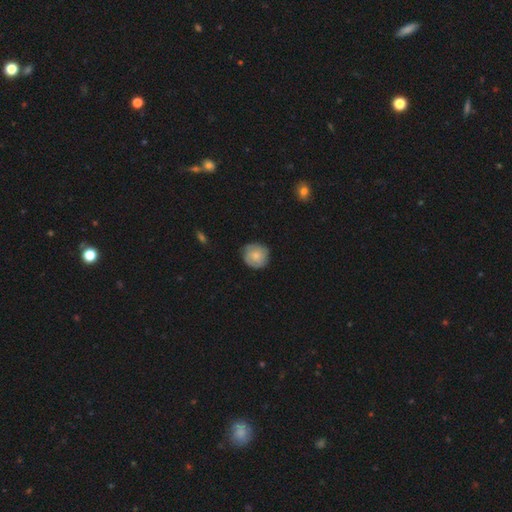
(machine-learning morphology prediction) Smooth or featured?
  - smooth: 65% *
  - featured or disk: 28%
  - star or artifact: 7%
How rounded?
  - round: 90% *
  - in between: 9%
  - cigar-shaped: 1%
Merging?
  - none: 78% *
  - minor disturbance: 18%
  - major disturbance: 3%
  - merger: 1%